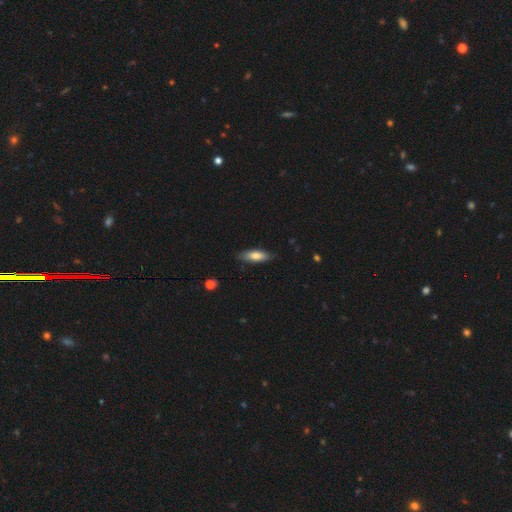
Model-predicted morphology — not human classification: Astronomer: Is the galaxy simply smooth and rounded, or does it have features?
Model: smooth — 76%.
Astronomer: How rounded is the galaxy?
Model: in between — 59% (runner-up: cigar-shaped, 39%).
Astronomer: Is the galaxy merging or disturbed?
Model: none — 82%.